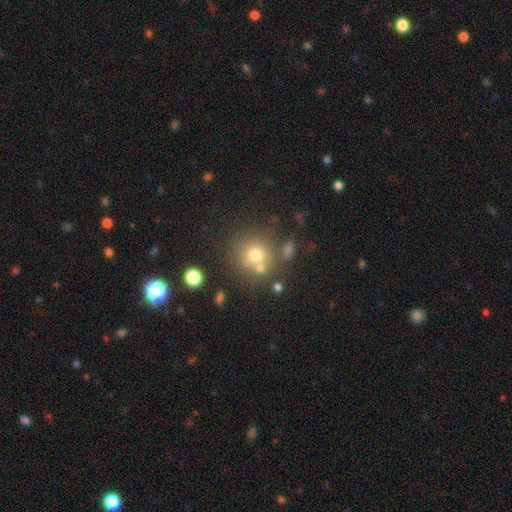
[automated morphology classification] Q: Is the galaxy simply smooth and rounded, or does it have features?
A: smooth — 67%.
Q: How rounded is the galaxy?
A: round — 89%.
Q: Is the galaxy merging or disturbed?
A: none — 61%.